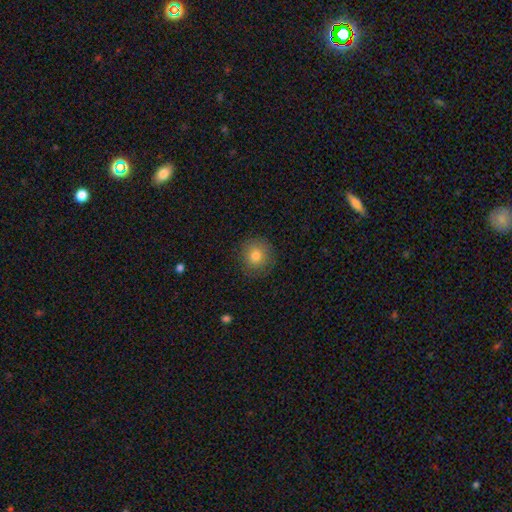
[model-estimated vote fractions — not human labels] Q: Smooth or featured?
A: smooth (81%); runner-up: star or artifact (10%)
Q: How rounded?
A: round (91%); runner-up: in between (8%)
Q: Merging?
A: none (86%); runner-up: minor disturbance (10%)